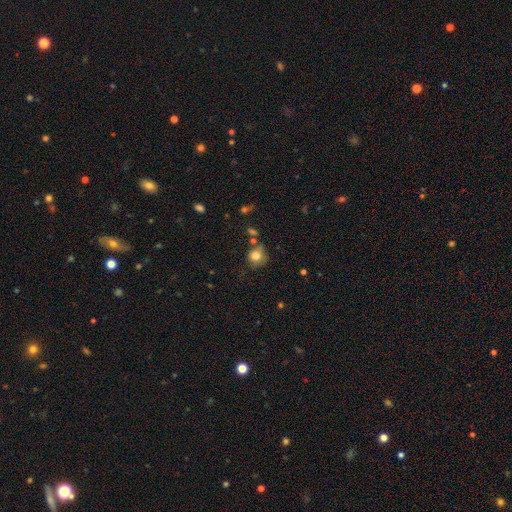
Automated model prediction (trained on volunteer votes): A smooth galaxy with no disk features (78%) that is round (77%). Merging: none (61%).